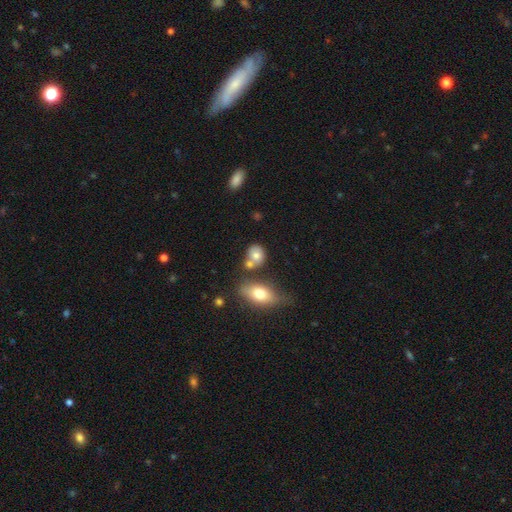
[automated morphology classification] smooth 74%, featured or disk 15%, star or artifact 10%. Down the decision tree: how rounded — round (56%); merging — none (50%).